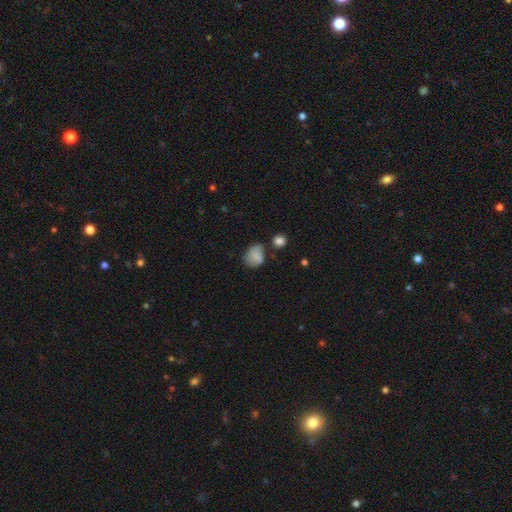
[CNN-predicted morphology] A smooth galaxy with no disk features (79%) that is in between round and cigar-shaped (51%). Merging: none (47%).